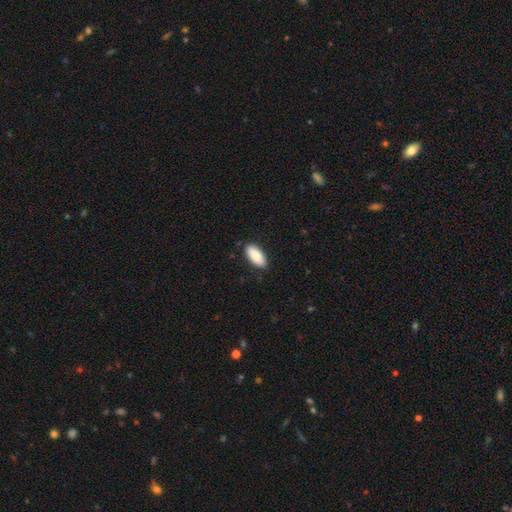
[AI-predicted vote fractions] Smooth or featured: smooth — 85% (featured or disk — 9%)
How rounded: in between — 89% (cigar-shaped — 9%)
Merging: none — 86% (minor disturbance — 11%)